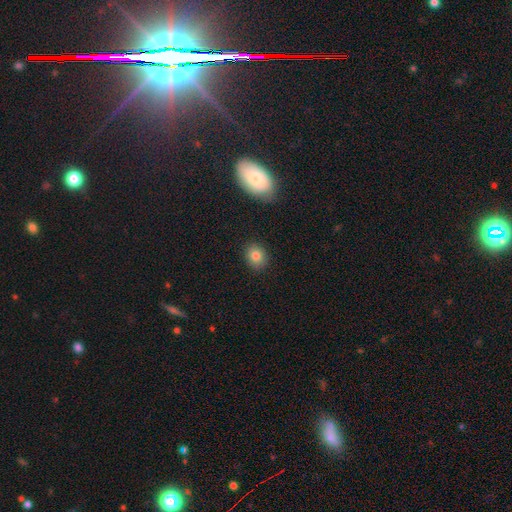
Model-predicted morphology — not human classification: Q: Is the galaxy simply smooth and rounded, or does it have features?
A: smooth — 80%.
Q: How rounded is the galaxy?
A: round — 65%.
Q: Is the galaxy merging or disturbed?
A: none — 88%.